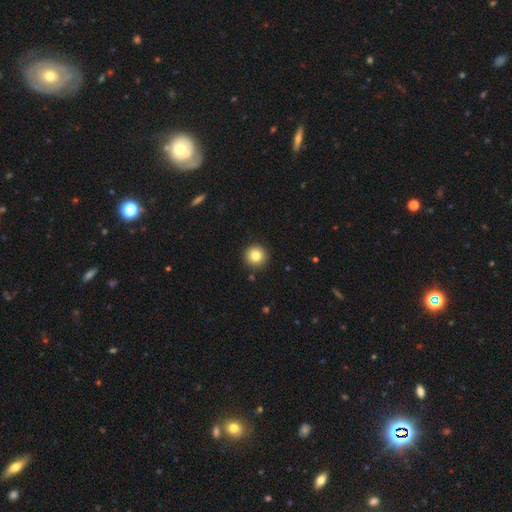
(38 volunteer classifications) smooth_or_featured: smooth (p=0.89) [alt: featured or disk p=0.05]
how_rounded: round (p=1.00)
merging: none (p=0.83) [alt: minor disturbance p=0.08]